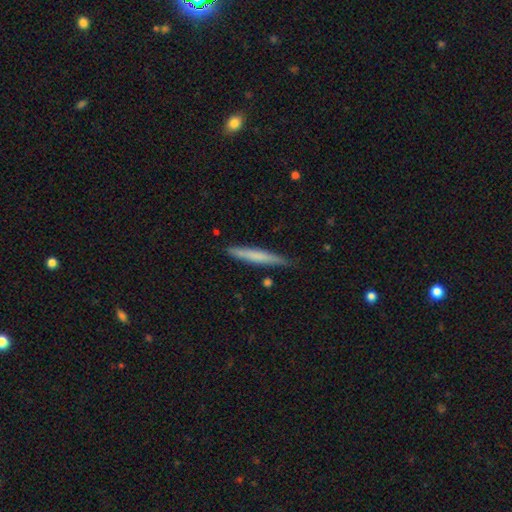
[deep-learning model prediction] smooth-or-featured: smooth: 66% | featured or disk: 29% | star or artifact: 5%
  how-rounded: cigar-shaped: 96% | in between: 3% | round: 1%
  merging: none: 86% | minor disturbance: 11% | major disturbance: 2% | merger: 1%